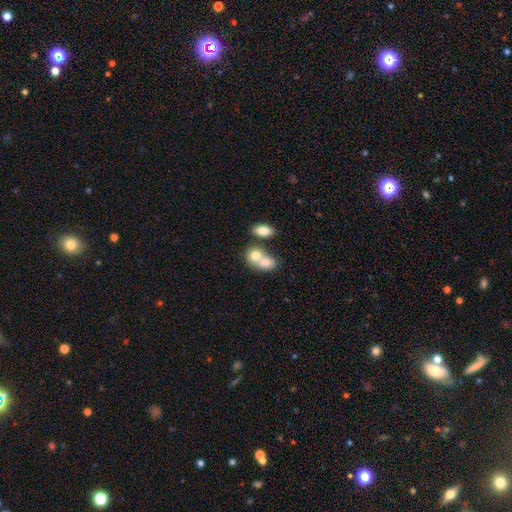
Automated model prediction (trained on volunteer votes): This appears to be a smooth galaxy with no disk features (77%) that is in between round and cigar-shaped (60%). Merging: merger (63%).